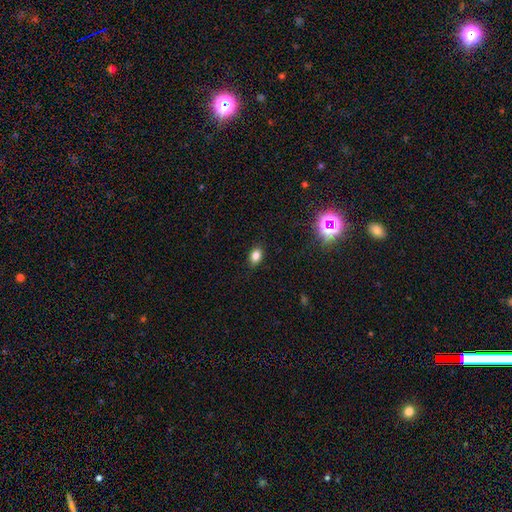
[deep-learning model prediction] A smooth galaxy with no disk features (81%) that is in between round and cigar-shaped (79%). Merging: none (87%).